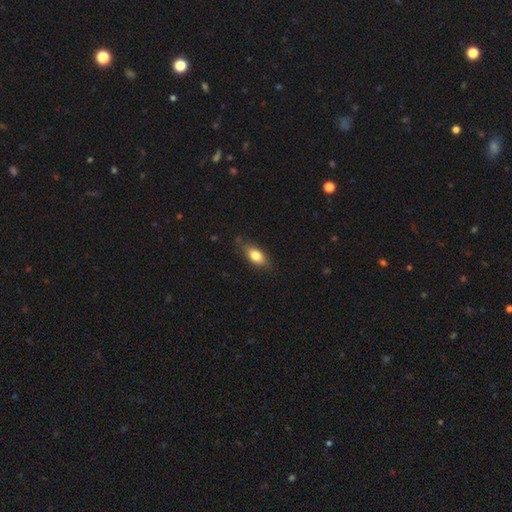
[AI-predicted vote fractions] A smooth galaxy with no disk features (77%) that is in between round and cigar-shaped (83%).

Vote fractions:
- Smooth or featured? smooth: 77% / featured or disk: 16% / star or artifact: 7%
- How rounded? in between: 83% / cigar-shaped: 11% / round: 6%
- Merging? none: 74% / minor disturbance: 20% / major disturbance: 4% / merger: 1%